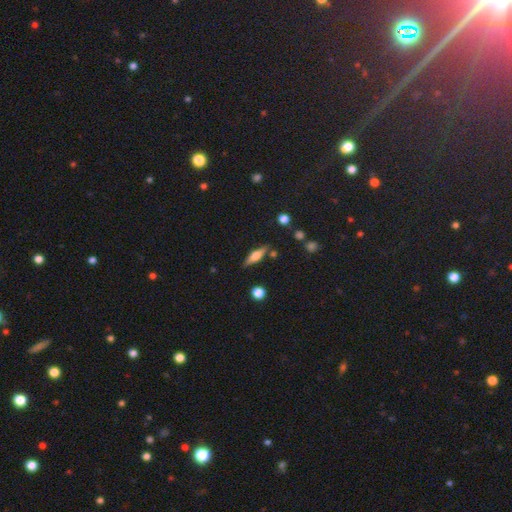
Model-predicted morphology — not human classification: A featured or disk galaxy (48%). Merging: none (81%).